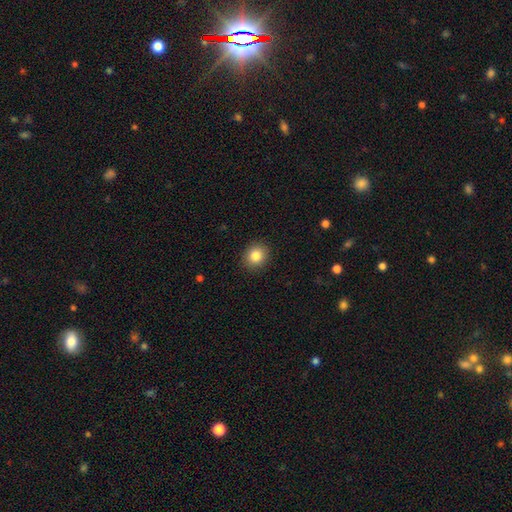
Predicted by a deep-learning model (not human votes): smooth_or_featured: smooth (p=0.85) [alt: star or artifact p=0.10]
how_rounded: round (p=0.81) [alt: in between p=0.18]
merging: none (p=0.91) [alt: minor disturbance p=0.06]